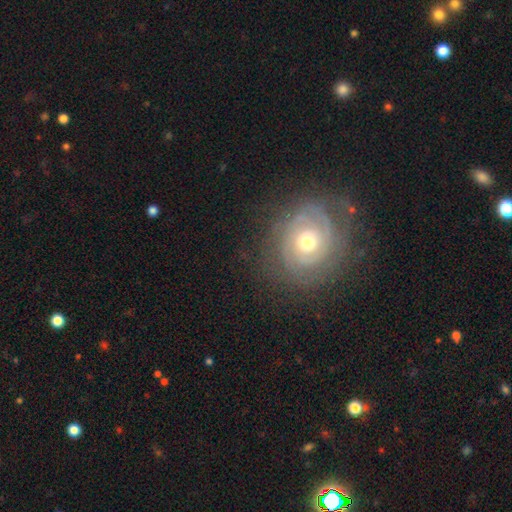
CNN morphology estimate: smooth-or-featured: featured or disk: 49% | smooth: 32% | star or artifact: 19%
  merging: none: 81% | minor disturbance: 12% | major disturbance: 6% | merger: 2%